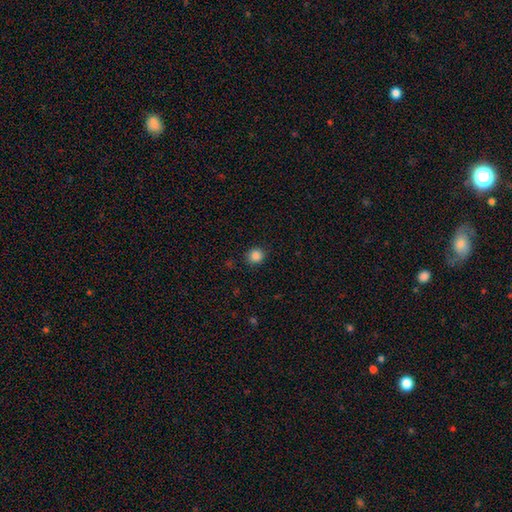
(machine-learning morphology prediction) Smooth or featured? smooth (86%)
How rounded? round (88%)
Merging? none (88%)